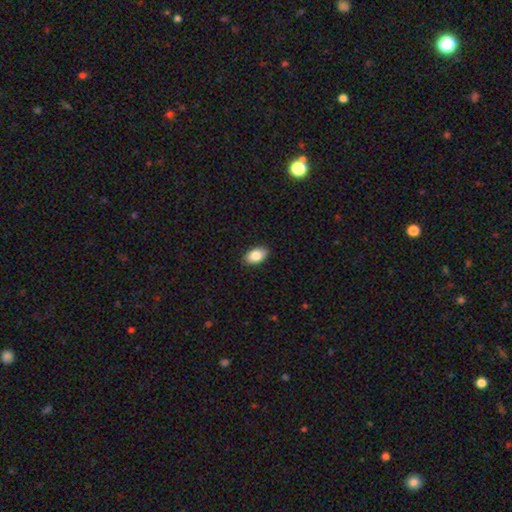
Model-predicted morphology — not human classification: A smooth galaxy with no disk features (86%) that is in between round and cigar-shaped (92%). Merging: none (89%).